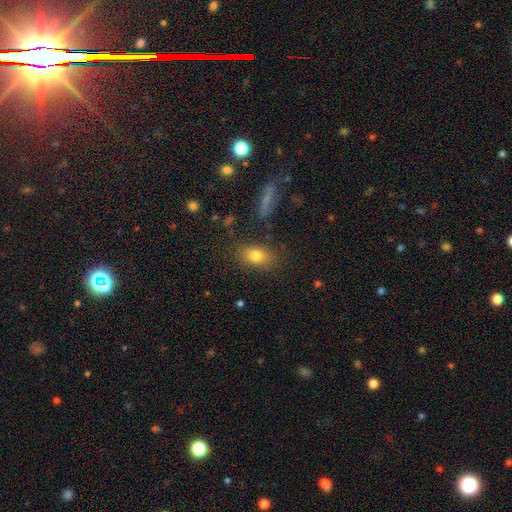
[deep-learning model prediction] The model was most divided on "how rounded": in between: 81%, round: 15%, cigar-shaped: 4%. More confident: merging — none (81%); smooth or featured — smooth (79%).